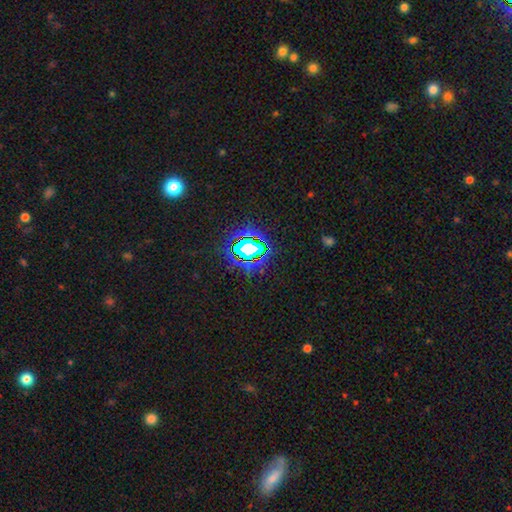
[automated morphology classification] Smooth or featured? Predicted: star or artifact (p=0.80).